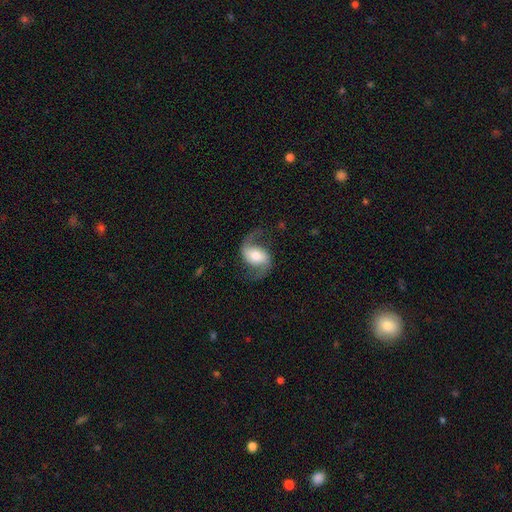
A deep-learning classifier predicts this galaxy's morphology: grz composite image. It shows a featured or disk galaxy (82%) with a weak bar (39%), 2 (91%) loose (64%) spiral arms (95%) and a moderate central bulge (58%). Merging: none (71%).